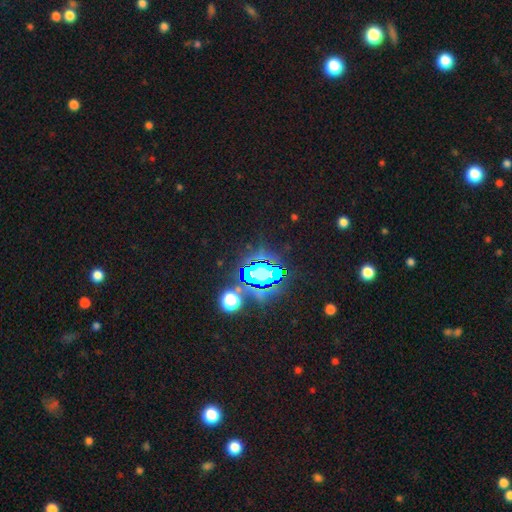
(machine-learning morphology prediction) The model was most divided on "smooth or featured": star or artifact: 83%, smooth: 10%, featured or disk: 7%.